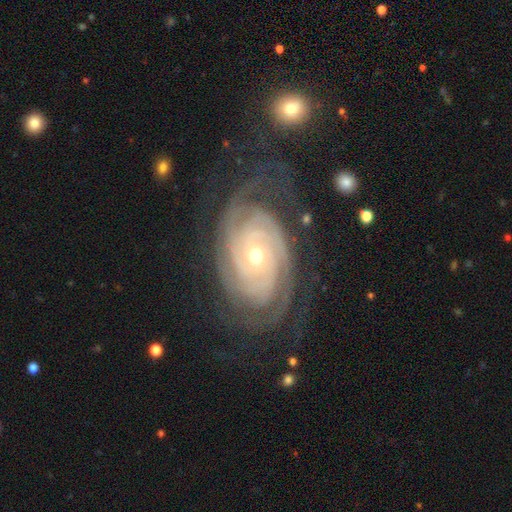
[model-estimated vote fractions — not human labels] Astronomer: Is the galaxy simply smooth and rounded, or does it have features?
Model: featured or disk — 91%.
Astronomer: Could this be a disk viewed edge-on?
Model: no — 96%.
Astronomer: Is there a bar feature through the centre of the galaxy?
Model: no — 72%.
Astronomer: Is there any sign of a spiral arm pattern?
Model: yes — 98%.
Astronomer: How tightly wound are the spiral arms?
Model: tight — 84%.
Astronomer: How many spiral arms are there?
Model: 2 — 23% (runner-up: 3, 22%).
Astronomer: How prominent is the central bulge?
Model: small — 50% (runner-up: moderate, 47%).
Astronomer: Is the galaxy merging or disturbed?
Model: none — 74%.